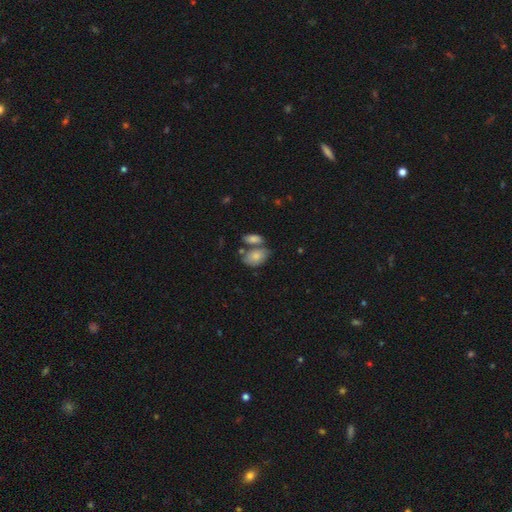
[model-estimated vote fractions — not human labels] Smooth or featured?
  - smooth: 77% *
  - featured or disk: 16%
  - star or artifact: 7%
How rounded?
  - in between: 86% *
  - round: 11%
  - cigar-shaped: 2%
Merging?
  - none: 41% *
  - merger: 35%
  - minor disturbance: 17%
  - major disturbance: 6%